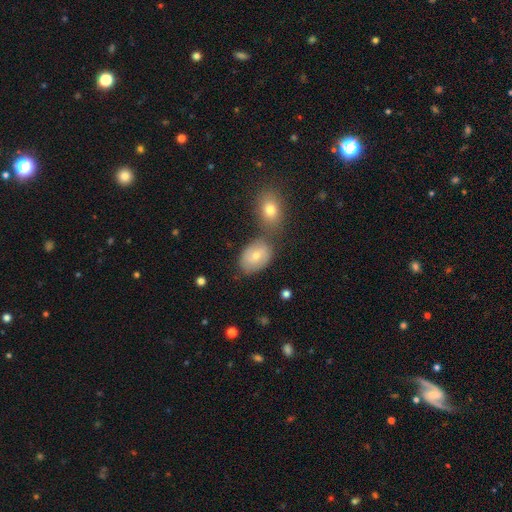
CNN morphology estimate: Q: Smooth or featured?
A: smooth (61%); runner-up: featured or disk (30%)
Q: How rounded?
A: in between (77%); runner-up: round (21%)
Q: Merging?
A: none (59%); runner-up: merger (20%)